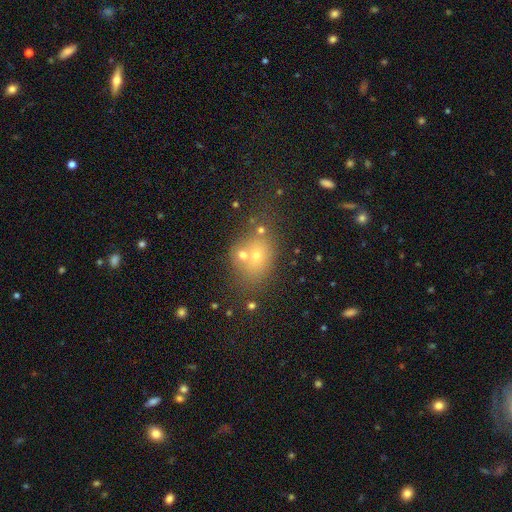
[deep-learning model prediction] This is possibly a smooth galaxy (58%). How rounded: likely in between (62%). Merging: possibly none (51%).